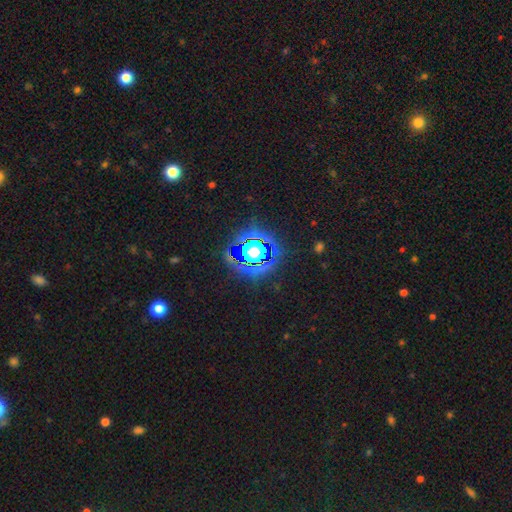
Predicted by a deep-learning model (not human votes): Q: Smooth or featured?
A: star or artifact (56%); runner-up: smooth (30%)